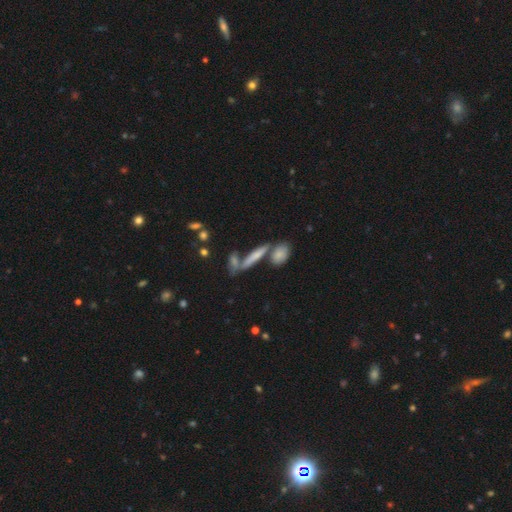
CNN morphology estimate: smooth_or_featured: smooth (p=0.46) [alt: featured or disk p=0.38]
merging: none (p=0.46) [alt: merger p=0.36]